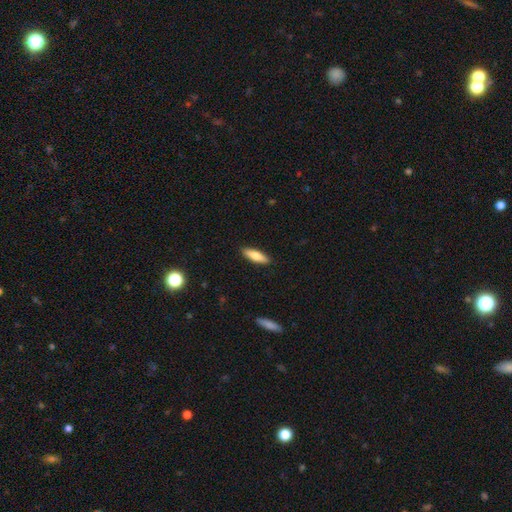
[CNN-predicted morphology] smooth_or_featured: smooth (p=0.75) [alt: featured or disk p=0.20]
how_rounded: cigar-shaped (p=0.60) [alt: in between p=0.39]
merging: none (p=0.90) [alt: minor disturbance p=0.07]